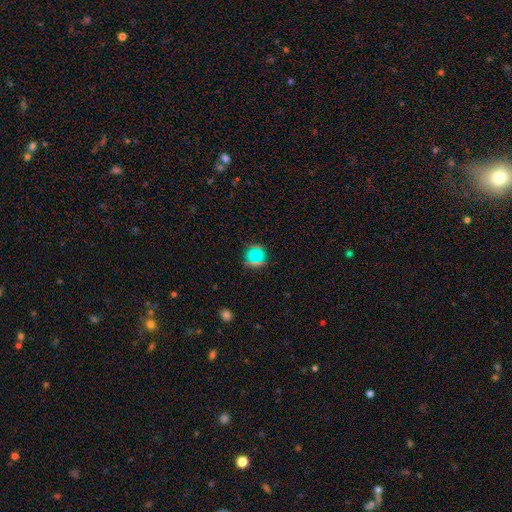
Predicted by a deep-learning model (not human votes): smooth_or_featured: smooth (p=0.66) [alt: star or artifact p=0.20]
how_rounded: round (p=0.89) [alt: in between p=0.10]
merging: none (p=0.80) [alt: minor disturbance p=0.12]